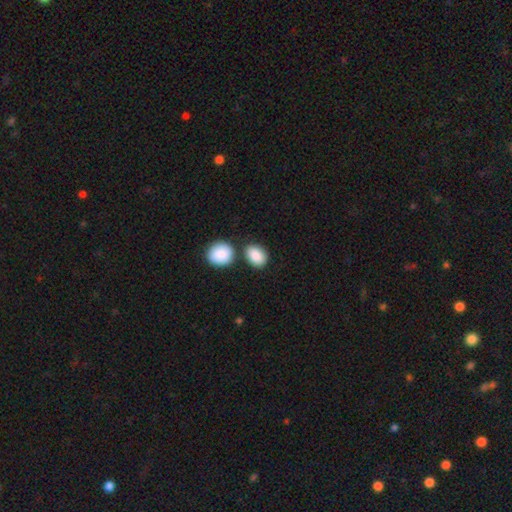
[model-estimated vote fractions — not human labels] The model was most divided on "how rounded": in between: 68%, round: 30%, cigar-shaped: 1%. More confident: smooth or featured — smooth (88%); merging — none (65%).